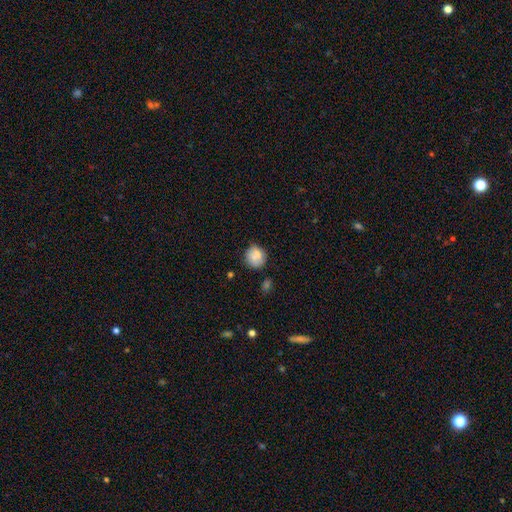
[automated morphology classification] type=smooth (77%); roundness=round (82%); merging=none (64%).